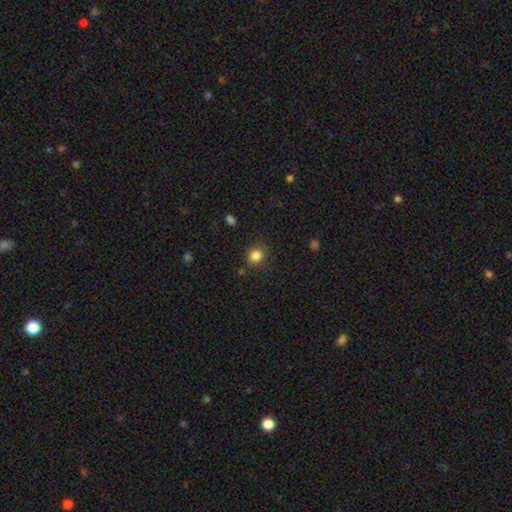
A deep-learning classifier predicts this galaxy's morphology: This appears to be a smooth galaxy with no disk features (84%) that is round (78%). Merging: none (81%).